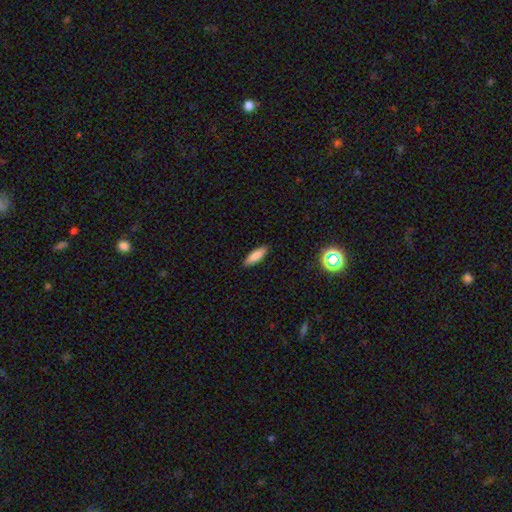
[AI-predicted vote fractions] smooth-or-featured: smooth: 82% | featured or disk: 10% | star or artifact: 8%
  how-rounded: cigar-shaped: 52% | in between: 46% | round: 2%
  merging: none: 89% | minor disturbance: 8% | major disturbance: 2% | merger: 1%